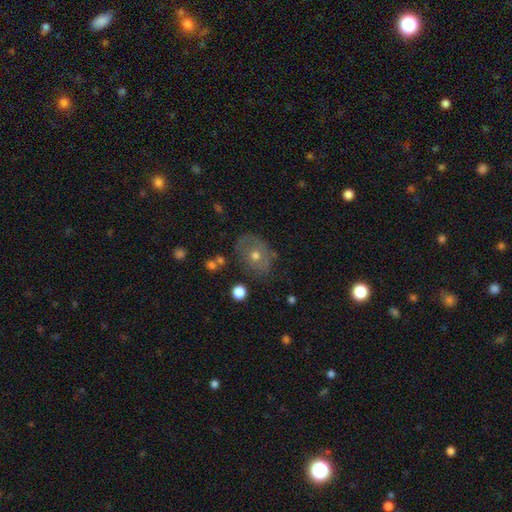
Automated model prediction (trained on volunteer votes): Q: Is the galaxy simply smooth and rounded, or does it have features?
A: smooth — 47%.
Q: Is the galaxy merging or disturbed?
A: none — 71%.